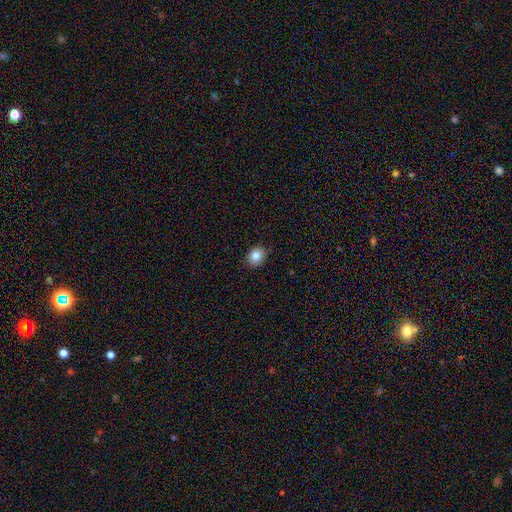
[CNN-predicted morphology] smooth_or_featured: smooth (p=0.82) [alt: star or artifact p=0.10]
how_rounded: round (p=0.56) [alt: in between p=0.43]
merging: none (p=0.88) [alt: minor disturbance p=0.09]